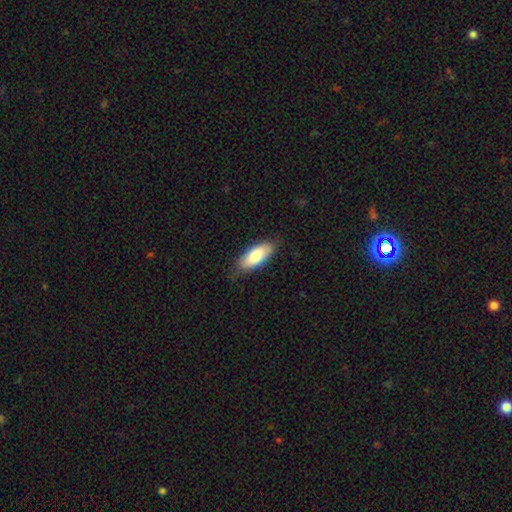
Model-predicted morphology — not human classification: Smooth or featured? Predicted: smooth (p=0.82). How rounded? Predicted: in between (p=0.81). Merging? Predicted: none (p=0.81).